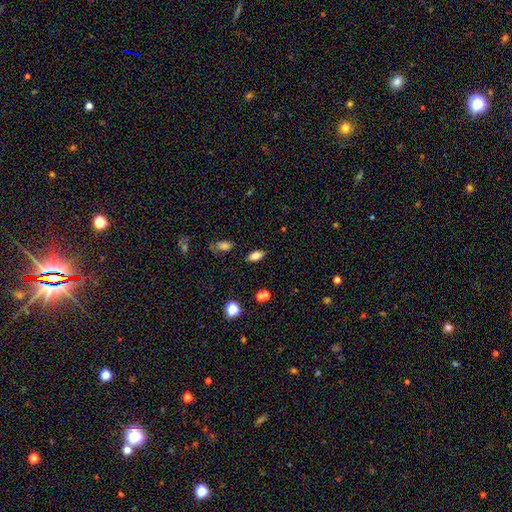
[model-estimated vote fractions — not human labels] This appears to be a smooth galaxy with no disk features (72%) that is in between round and cigar-shaped (86%). Merging: none (83%).